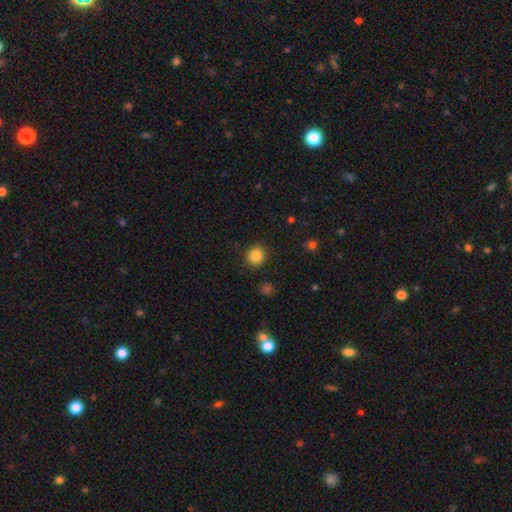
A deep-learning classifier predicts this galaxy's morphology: smooth-or-featured: smooth: 85% | star or artifact: 11% | featured or disk: 4%
  how-rounded: round: 92% | in between: 7% | cigar-shaped: 1%
  merging: none: 90% | minor disturbance: 6% | major disturbance: 2% | merger: 1%